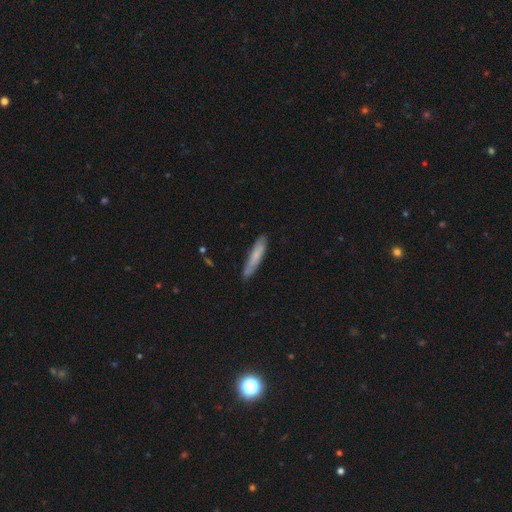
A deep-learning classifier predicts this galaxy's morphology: Q: Smooth or featured?
A: smooth (68%); runner-up: featured or disk (26%)
Q: How rounded?
A: cigar-shaped (88%); runner-up: in between (10%)
Q: Merging?
A: none (77%); runner-up: minor disturbance (18%)